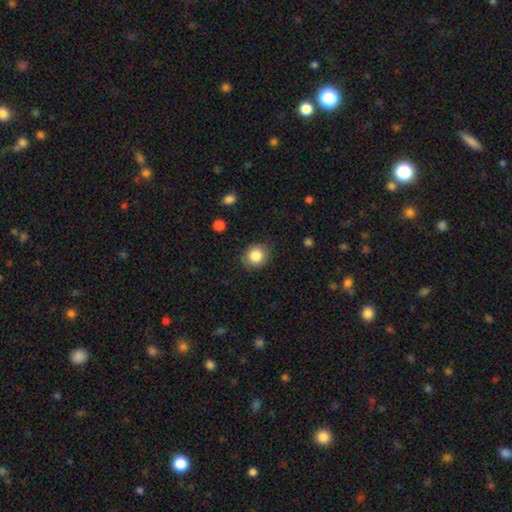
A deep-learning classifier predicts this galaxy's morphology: smooth-or-featured: smooth: 85% | star or artifact: 9% | featured or disk: 6%
  how-rounded: round: 82% | in between: 17% | cigar-shaped: 1%
  merging: none: 82% | minor disturbance: 13% | major disturbance: 3% | merger: 1%